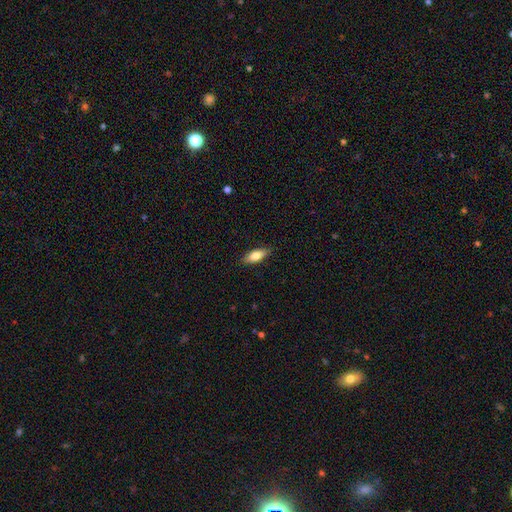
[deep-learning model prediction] This appears to be a smooth galaxy with no disk features (76%) that is in between round and cigar-shaped (74%). Merging: none (86%).